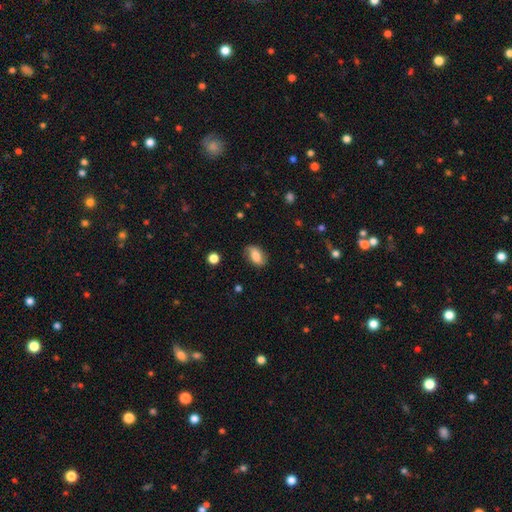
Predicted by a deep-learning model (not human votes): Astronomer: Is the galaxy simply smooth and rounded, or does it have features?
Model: smooth — 69%.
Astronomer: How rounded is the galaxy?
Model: in between — 88%.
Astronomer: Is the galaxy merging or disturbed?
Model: none — 79%.